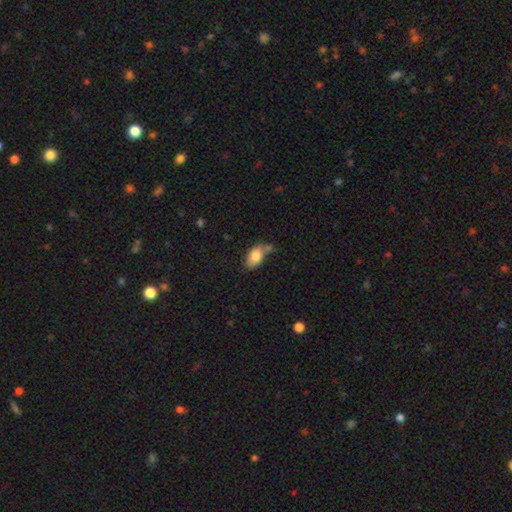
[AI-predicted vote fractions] The model was most divided on "merging": none: 46%, minor disturbance: 24%, merger: 22%, major disturbance: 8%. More confident: how rounded — in between (90%); smooth or featured — smooth (83%).